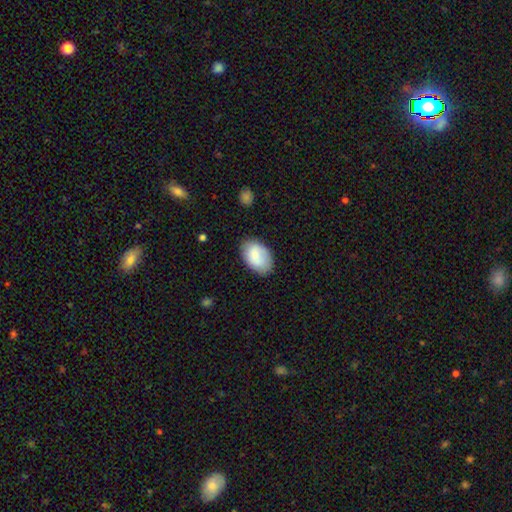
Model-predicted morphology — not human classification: This is clearly a smooth galaxy (81%). How rounded: clearly in between (89%). Merging: likely none (77%).